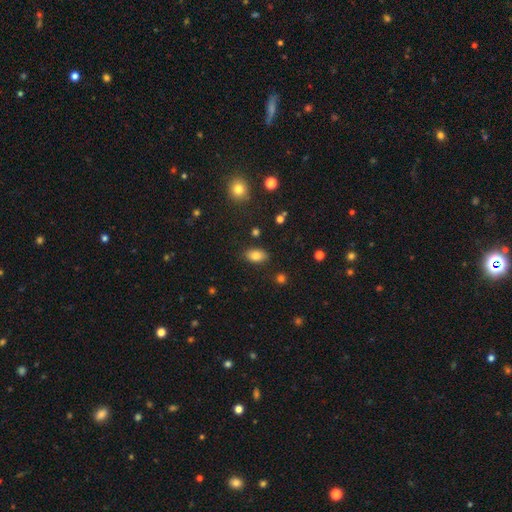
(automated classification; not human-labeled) Overall: smooth (81%). How rounded: in between (89%). Merging: none (84%).